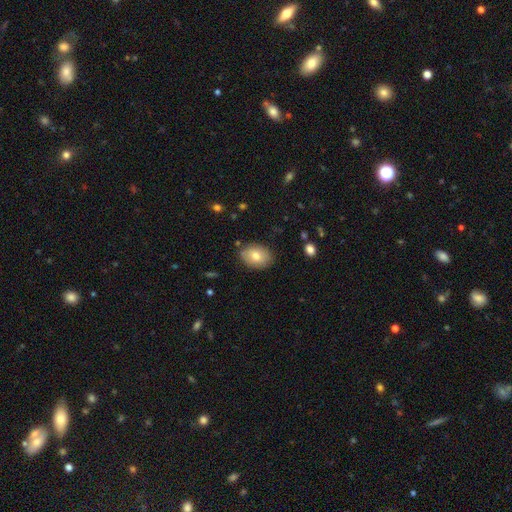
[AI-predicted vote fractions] Smooth or featured: smooth — 75% (featured or disk — 17%)
How rounded: in between — 75% (round — 23%)
Merging: none — 83% (minor disturbance — 13%)